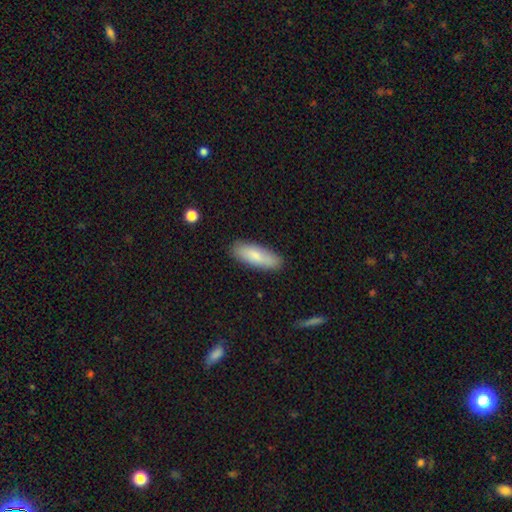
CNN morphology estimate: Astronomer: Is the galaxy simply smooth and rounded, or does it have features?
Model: smooth — 81%.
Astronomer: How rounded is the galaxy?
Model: in between — 61% (runner-up: cigar-shaped, 37%).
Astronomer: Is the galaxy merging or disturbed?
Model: none — 86%.